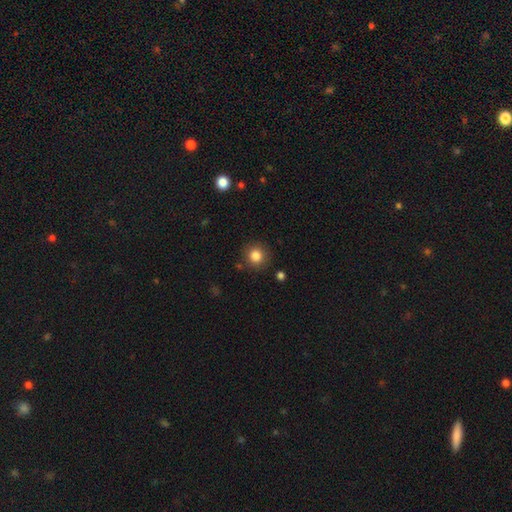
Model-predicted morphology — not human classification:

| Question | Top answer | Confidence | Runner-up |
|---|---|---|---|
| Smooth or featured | smooth | 84% | star or artifact (11%) |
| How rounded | round | 92% | in between (7%) |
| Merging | none | 87% | minor disturbance (8%) |